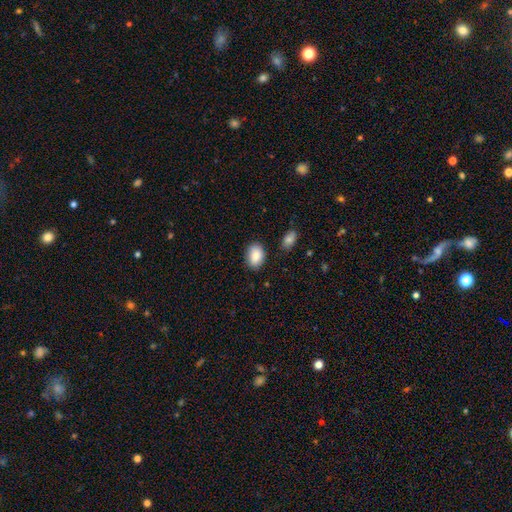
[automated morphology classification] This is clearly a smooth galaxy (88%). How rounded: clearly in between (83%). Merging: clearly none (83%).